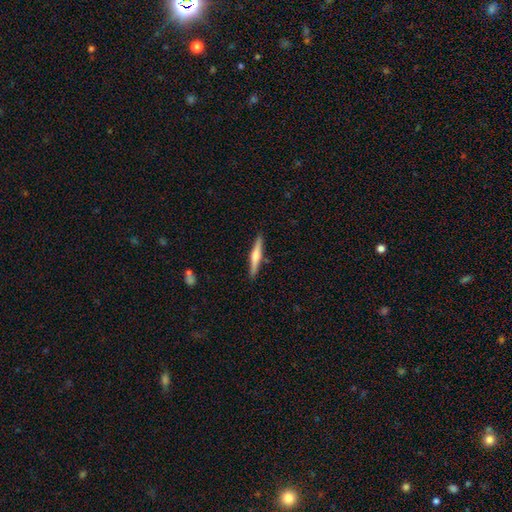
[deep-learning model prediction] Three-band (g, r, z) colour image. It shows a featured or disk galaxy (54%) viewed edge-on (97%) with a rounded central bulge (81%). Merging: none (89%).